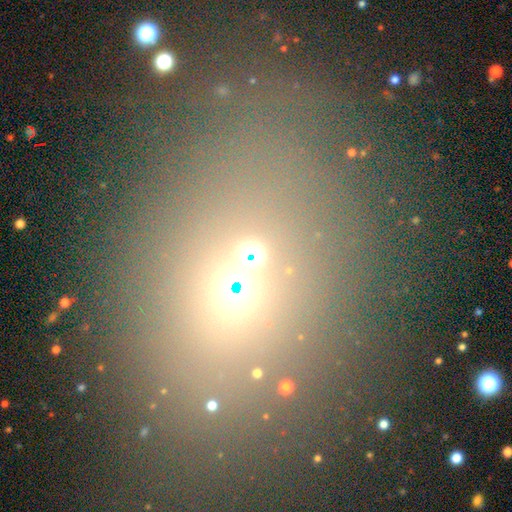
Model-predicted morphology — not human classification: Overall: star or artifact (46%; smooth 43%).